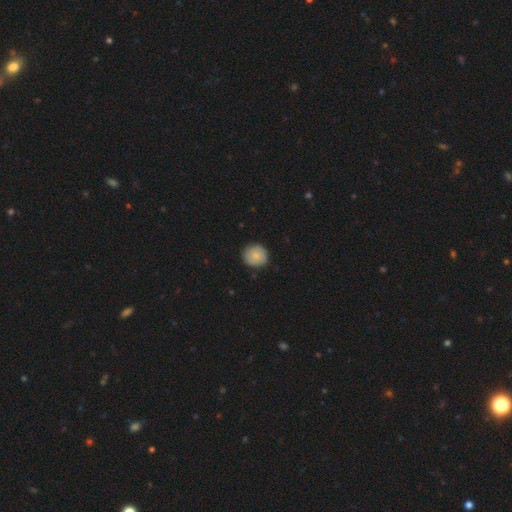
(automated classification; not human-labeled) Smooth or featured? smooth (85%)
How rounded? round (92%)
Merging? none (88%)